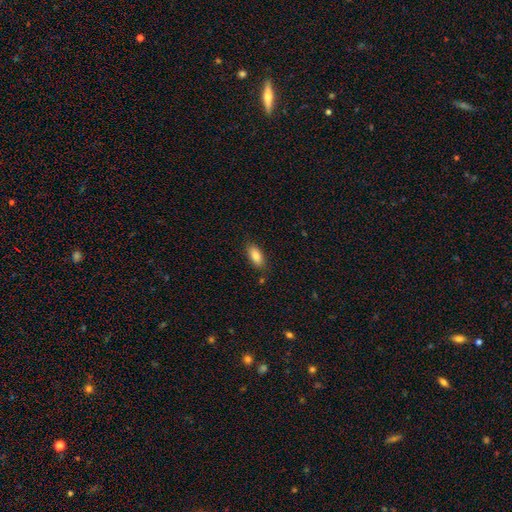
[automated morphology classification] This appears to be a smooth galaxy with no disk features (86%) that is in between round and cigar-shaped (88%). Merging: none (83%).